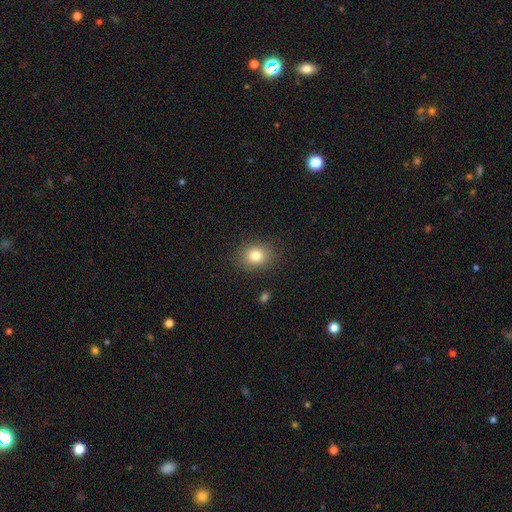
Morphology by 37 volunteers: Volunteers were most divided on "how rounded": round: 71%, in between: 29%, cigar-shaped: 0%. More confident: merging — none (97%); smooth or featured — smooth (76%).